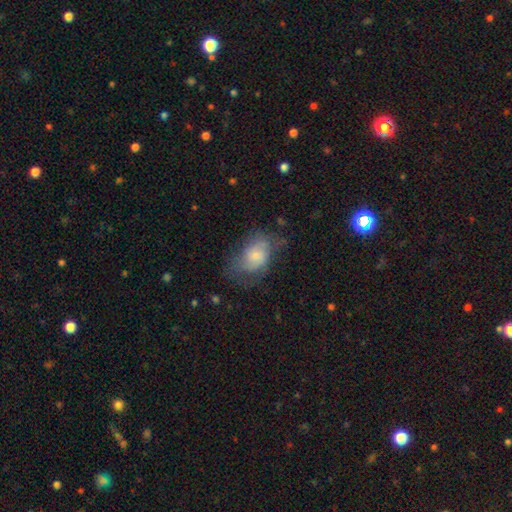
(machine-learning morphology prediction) The model was most divided on "merging": none: 42%, minor disturbance: 29%, major disturbance: 26%, merger: 2%. More confident: how rounded — in between (79%); smooth or featured — smooth (56%).